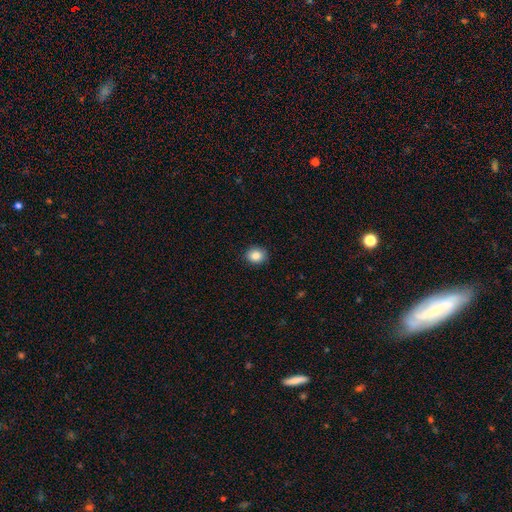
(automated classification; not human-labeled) The model was most divided on "how rounded": round: 65%, in between: 34%, cigar-shaped: 1%. More confident: merging — none (90%); smooth or featured — smooth (85%).